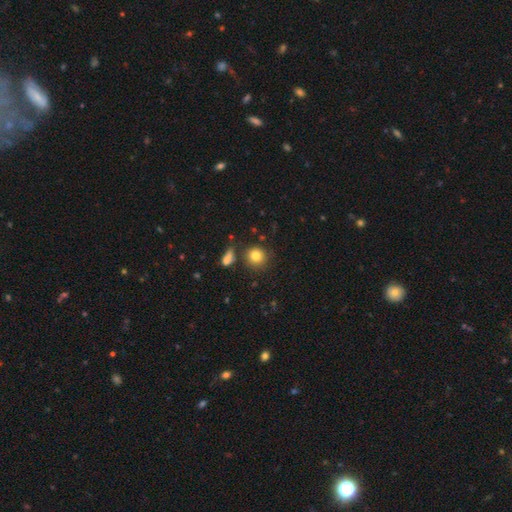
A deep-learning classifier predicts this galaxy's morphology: Smooth or featured? Predicted: smooth (p=0.82). How rounded? Predicted: round (p=0.89). Merging? Predicted: none (p=0.79).